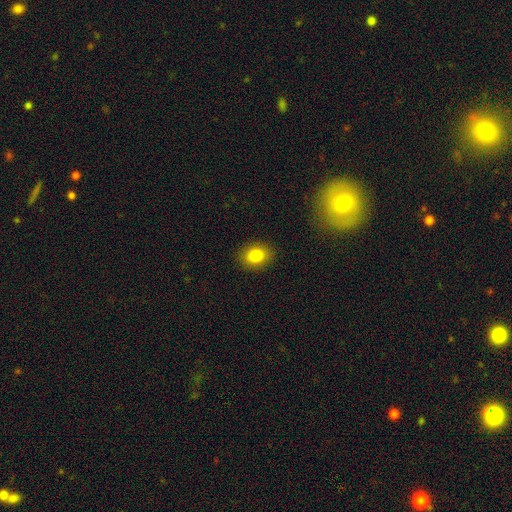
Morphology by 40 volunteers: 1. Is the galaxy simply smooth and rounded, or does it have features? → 82% smooth, 10% star or artifact, 8% featured or disk.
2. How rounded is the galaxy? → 67% in between, 33% round, 0% cigar-shaped.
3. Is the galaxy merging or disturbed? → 100% none, 0% minor disturbance, 0% major disturbance, 0% merger.